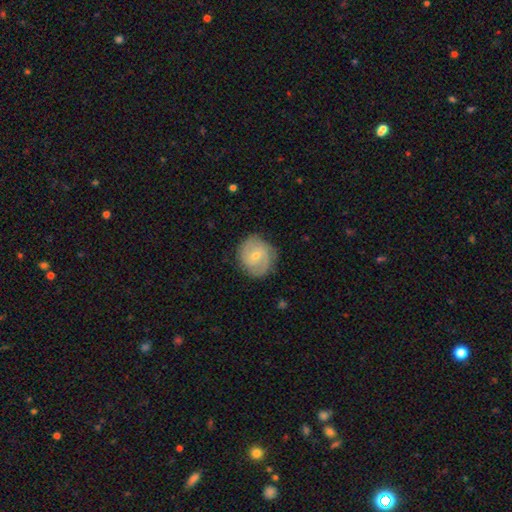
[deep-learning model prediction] featured or disk 61%, smooth 32%, star or artifact 6%. Down the decision tree: edge-on disk — no (97%); bar — weak (49%); spiral arms — yes (85%); spiral arm count — 2 (53%); spiral winding — tight (47%); bulge size — small (62%); merging — none (77%).